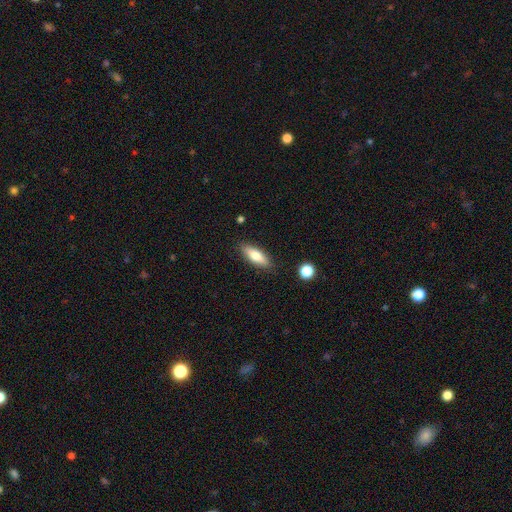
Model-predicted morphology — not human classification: This appears to be a smooth galaxy with no disk features (73%) that is in between round and cigar-shaped (59%). Merging: none (86%).